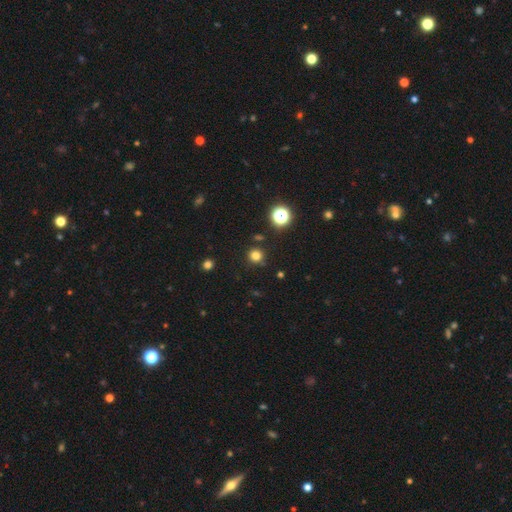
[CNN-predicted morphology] The model was most divided on "smooth or featured": smooth: 77%, star or artifact: 18%, featured or disk: 5%. More confident: how rounded — round (93%); merging — none (87%).